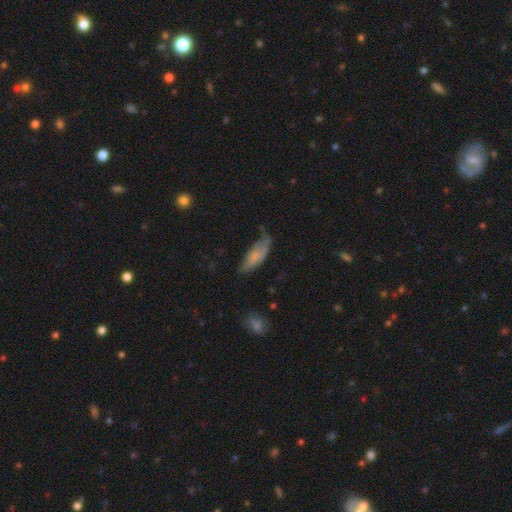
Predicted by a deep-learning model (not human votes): This is likely a smooth galaxy (71%). How rounded: likely in between (64%). Merging: possibly none (49%).